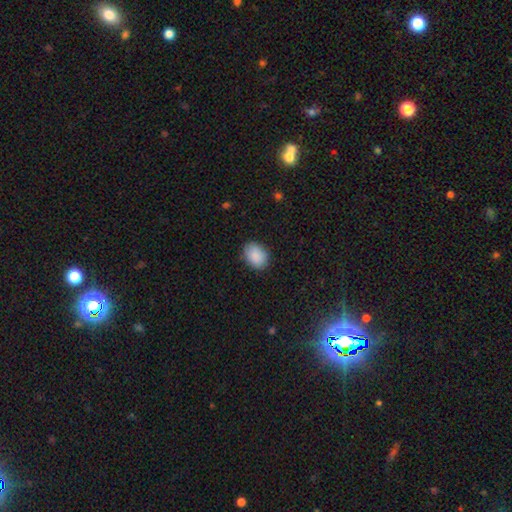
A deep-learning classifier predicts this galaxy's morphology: This is clearly a smooth galaxy (90%). How rounded: likely in between (72%). Merging: clearly none (85%).